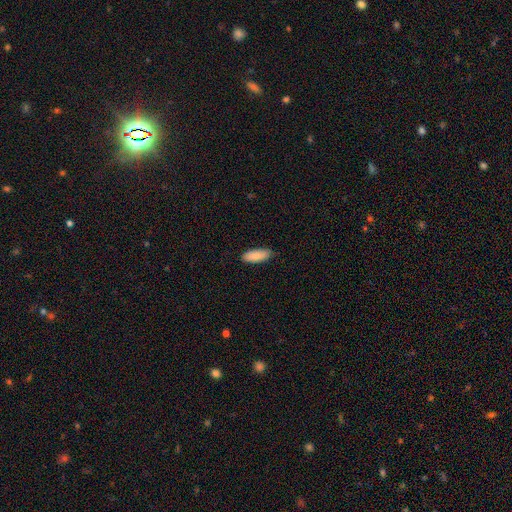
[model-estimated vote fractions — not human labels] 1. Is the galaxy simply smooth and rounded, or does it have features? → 88% smooth, 6% featured or disk, 6% star or artifact.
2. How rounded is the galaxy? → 75% in between, 24% cigar-shaped, 2% round.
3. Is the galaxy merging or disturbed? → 83% none, 14% minor disturbance, 2% major disturbance, 1% merger.